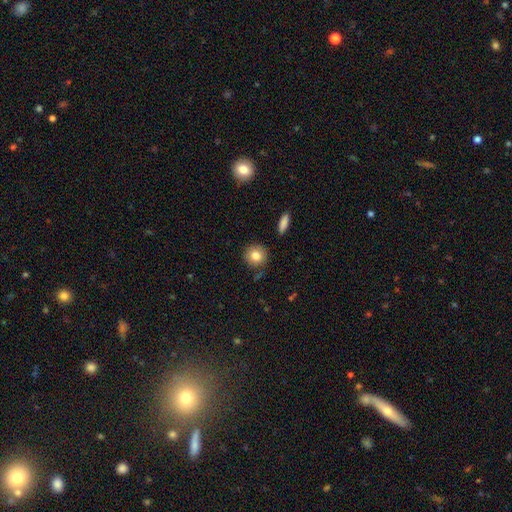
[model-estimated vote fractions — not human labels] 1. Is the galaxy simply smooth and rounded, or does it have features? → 81% smooth, 10% featured or disk, 9% star or artifact.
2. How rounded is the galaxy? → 90% round, 9% in between, 1% cigar-shaped.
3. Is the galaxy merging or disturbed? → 83% none, 11% minor disturbance, 3% merger, 3% major disturbance.